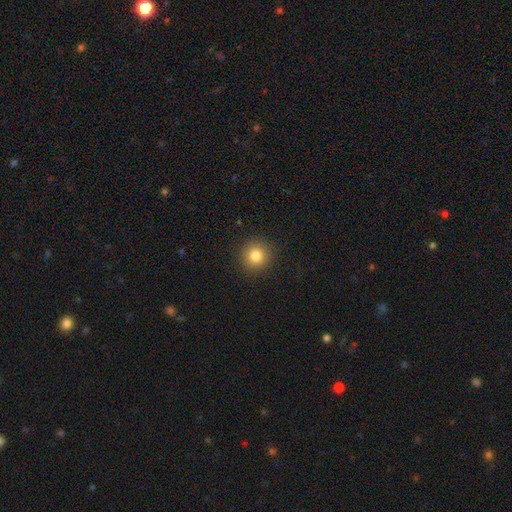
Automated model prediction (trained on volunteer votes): A smooth galaxy with no disk features (83%) that is round (94%). Merging: none (91%).